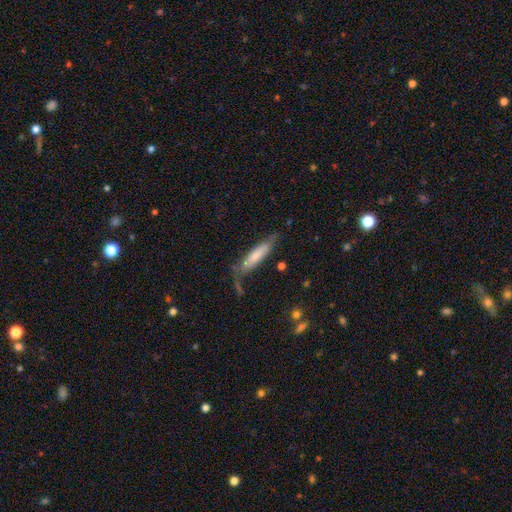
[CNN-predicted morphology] Smooth or featured? Predicted: smooth (p=0.65). How rounded? Predicted: cigar-shaped (p=0.80). Merging? Predicted: none (p=0.56).